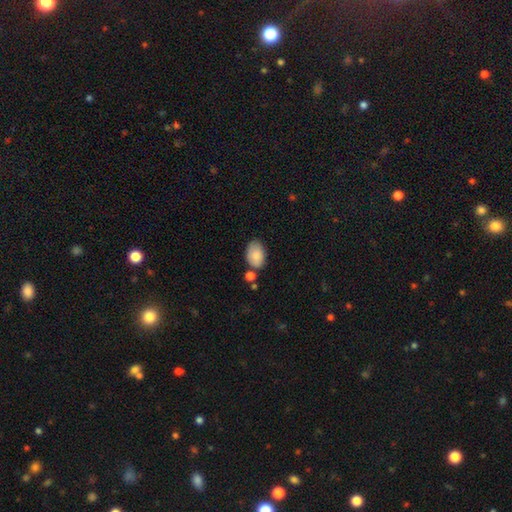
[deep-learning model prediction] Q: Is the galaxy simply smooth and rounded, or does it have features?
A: smooth — 85%.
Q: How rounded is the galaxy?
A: in between — 90%.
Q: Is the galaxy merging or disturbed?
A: none — 65%.